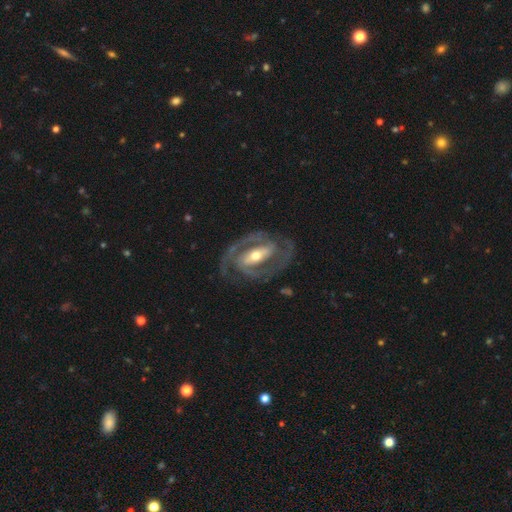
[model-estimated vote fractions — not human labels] featured or disk 91%, smooth 5%, star or artifact 4%. Down the decision tree: edge-on disk — no (96%); bar — strong (61%); spiral arms — yes (95%); spiral arm count — 2 (91%); spiral winding — medium (47%); bulge size — moderate (63%); merging — none (78%).